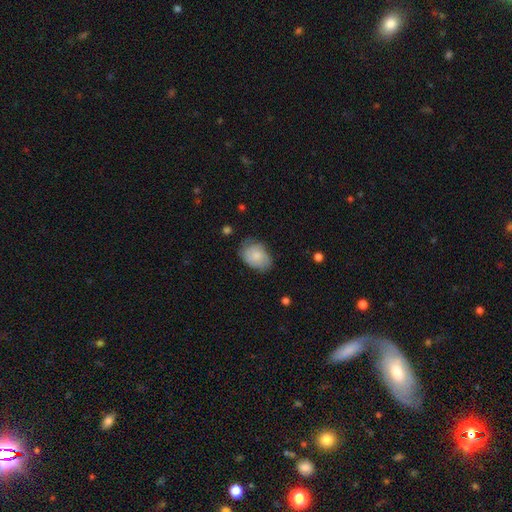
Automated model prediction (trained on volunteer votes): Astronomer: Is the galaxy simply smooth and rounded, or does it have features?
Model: smooth — 69%.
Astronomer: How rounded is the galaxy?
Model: in between — 75%.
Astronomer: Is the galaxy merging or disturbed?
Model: none — 64%.